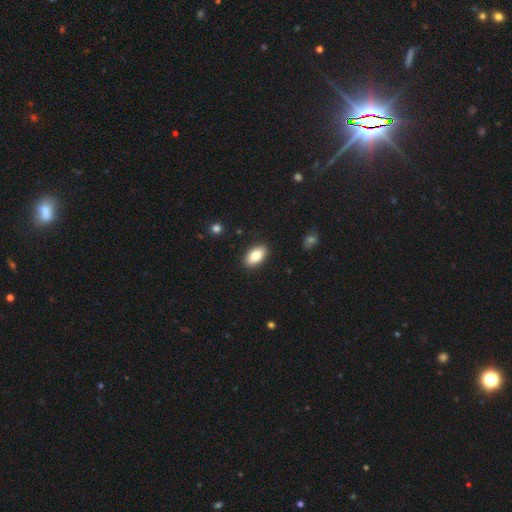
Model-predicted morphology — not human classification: type=smooth (83%); roundness=in between (93%); merging=none (89%).